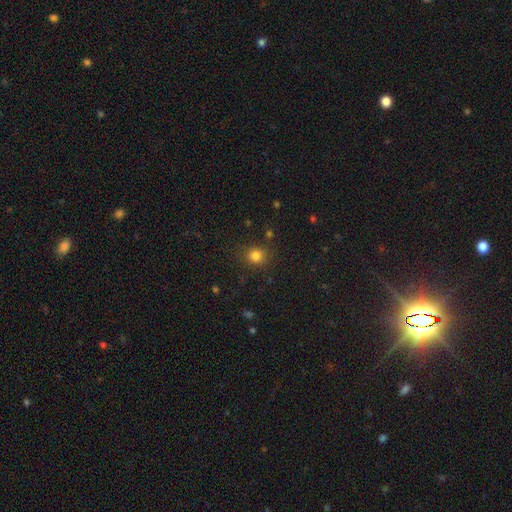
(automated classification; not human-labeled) smooth 82%, star or artifact 14%, featured or disk 5%. Down the decision tree: how rounded — round (83%); merging — none (85%).